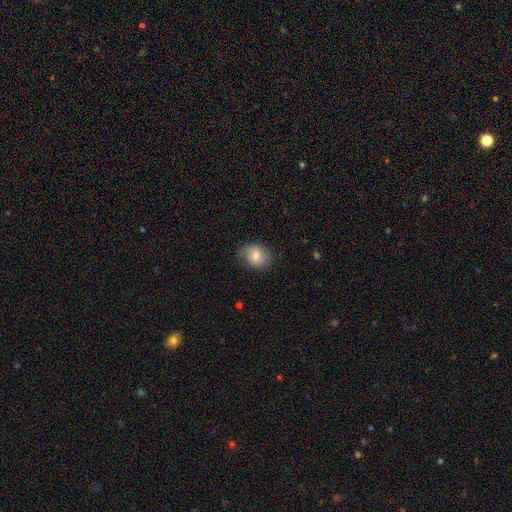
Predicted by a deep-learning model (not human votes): Morphology: type=smooth (73%); roundness=in between (52%); merging=none (73%).